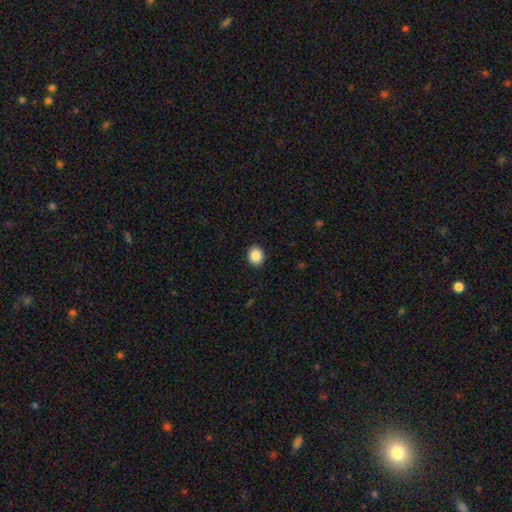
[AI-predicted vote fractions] The model was most divided on "how rounded": round: 59%, in between: 41%, cigar-shaped: 1%. More confident: merging — none (91%); smooth or featured — smooth (88%).